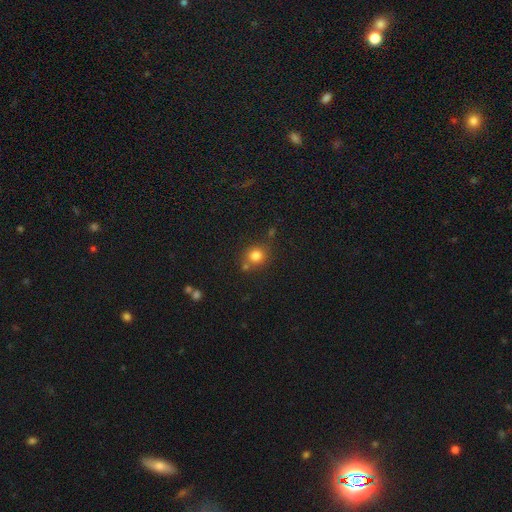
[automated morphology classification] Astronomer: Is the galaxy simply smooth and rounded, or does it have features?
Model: smooth — 80%.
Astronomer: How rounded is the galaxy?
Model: round — 85%.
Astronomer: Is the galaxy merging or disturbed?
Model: none — 73%.